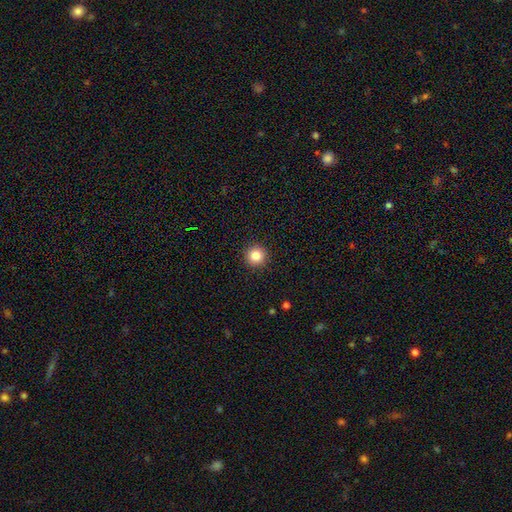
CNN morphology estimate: smooth_or_featured: smooth (p=0.85) [alt: star or artifact p=0.11]
how_rounded: round (p=0.96) [alt: in between p=0.03]
merging: none (p=0.93) [alt: minor disturbance p=0.05]